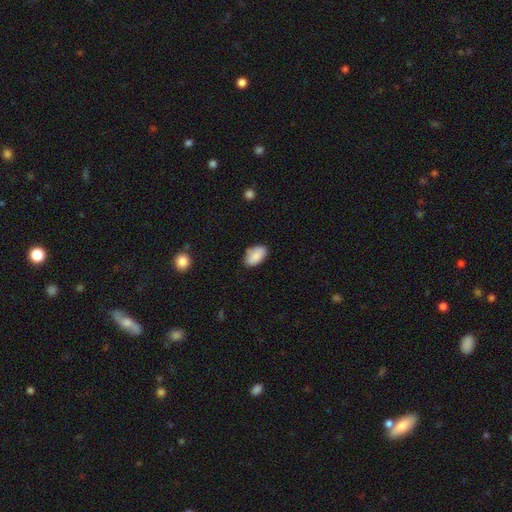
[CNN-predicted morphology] Smooth or featured?
  - smooth: 87% *
  - star or artifact: 7%
  - featured or disk: 6%
How rounded?
  - in between: 94% *
  - round: 4%
  - cigar-shaped: 2%
Merging?
  - none: 75% *
  - minor disturbance: 19%
  - major disturbance: 3%
  - merger: 3%